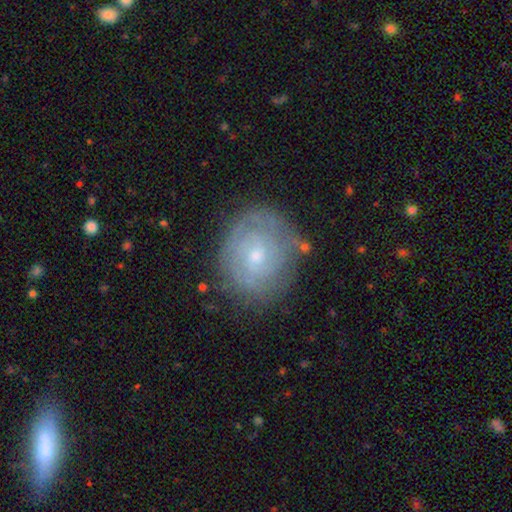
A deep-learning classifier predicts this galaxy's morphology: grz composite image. It shows a featured or disk galaxy (68%) with no bar (69%), tight (73%) spiral arms (80%) and a small central bulge (65%). Merging: none (74%).